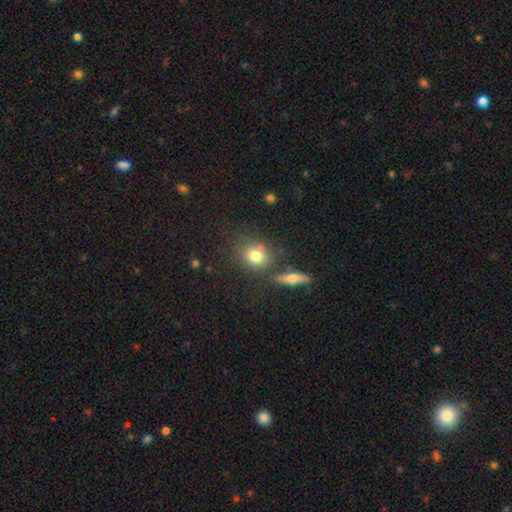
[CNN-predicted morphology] Smooth or featured?
  - smooth: 78% *
  - featured or disk: 11%
  - star or artifact: 11%
How rounded?
  - round: 65% *
  - in between: 32%
  - cigar-shaped: 3%
Merging?
  - none: 68% *
  - merger: 15%
  - minor disturbance: 12%
  - major disturbance: 5%